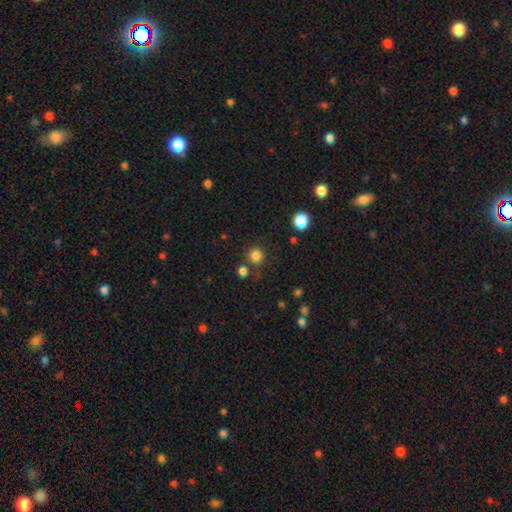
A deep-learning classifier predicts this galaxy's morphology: type=smooth (81%); roundness=round (92%); merging=none (80%).